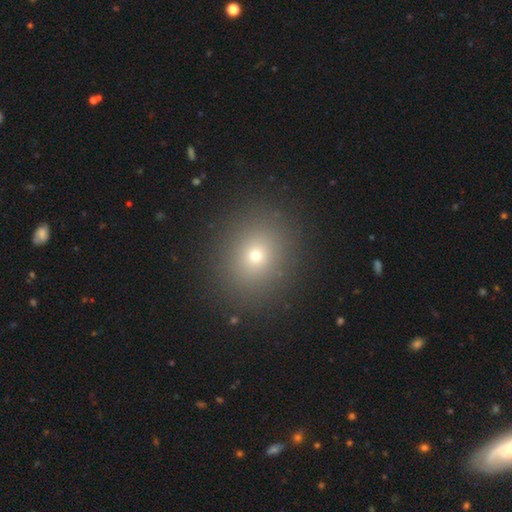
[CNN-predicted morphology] A smooth galaxy with no disk features (68%) that is round (73%). Merging: none (89%).